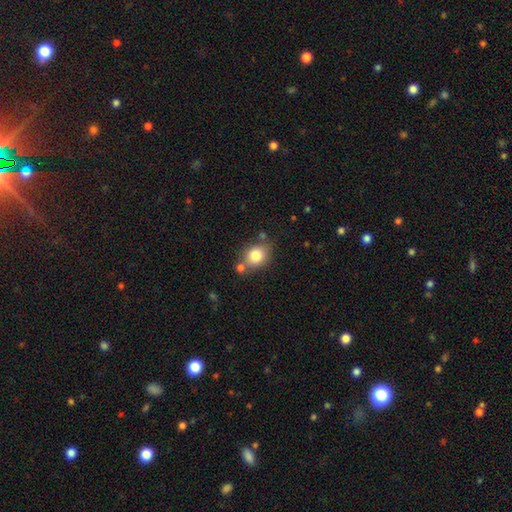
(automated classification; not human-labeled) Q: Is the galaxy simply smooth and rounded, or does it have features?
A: smooth — 81%.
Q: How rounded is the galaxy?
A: round — 52%.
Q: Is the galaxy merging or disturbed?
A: none — 65%.